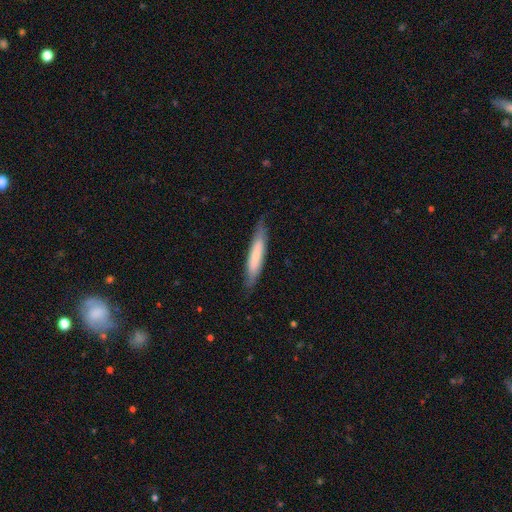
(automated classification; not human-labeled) smooth 65%, featured or disk 30%, star or artifact 6%. Down the decision tree: how rounded — cigar-shaped (89%); merging — none (83%).